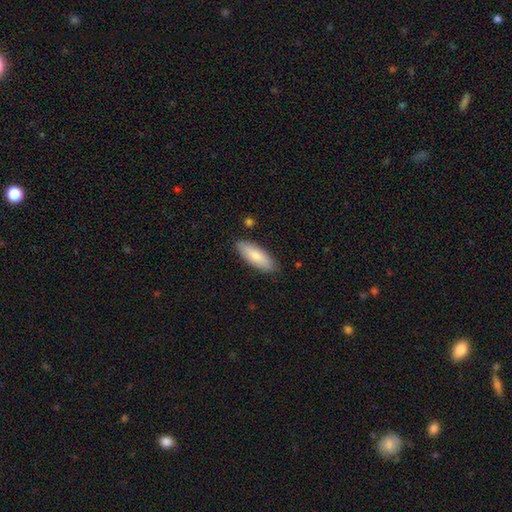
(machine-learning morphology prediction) smooth 81%, featured or disk 14%, star or artifact 5%. Down the decision tree: how rounded — in between (64%); merging — none (85%).